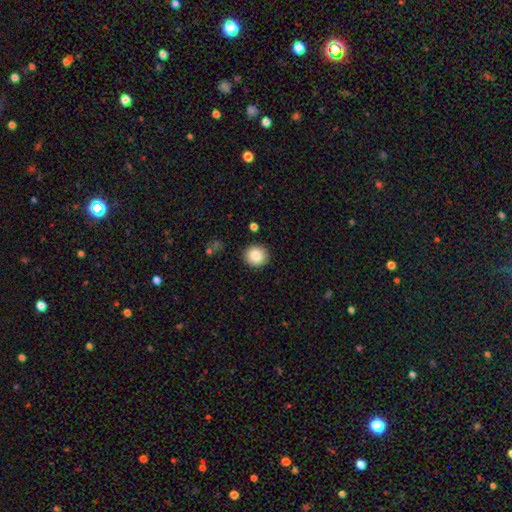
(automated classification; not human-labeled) Morphology: type=smooth (86%); roundness=round (93%); merging=none (91%).